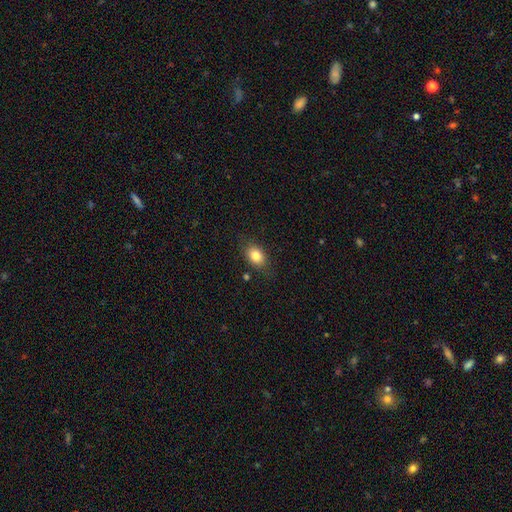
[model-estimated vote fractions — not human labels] A smooth galaxy with no disk features (81%) that is in between round and cigar-shaped (68%).

Vote fractions:
- Smooth or featured? smooth: 81% / featured or disk: 9% / star or artifact: 9%
- How rounded? in between: 68% / round: 31% / cigar-shaped: 1%
- Merging? none: 80% / minor disturbance: 14% / major disturbance: 4% / merger: 2%